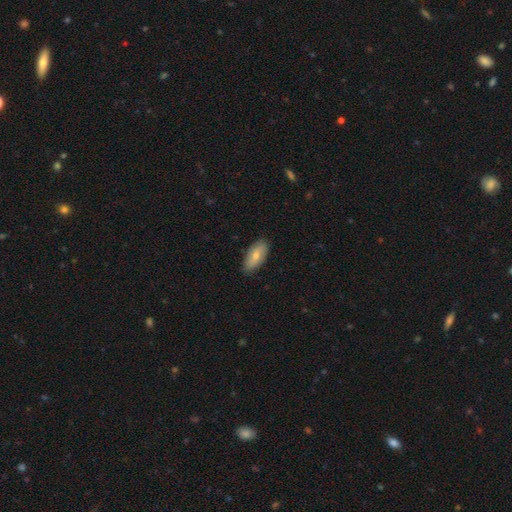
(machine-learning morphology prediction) This appears to be a smooth galaxy with no disk features (70%) that is in between round and cigar-shaped (88%). Merging: none (85%).